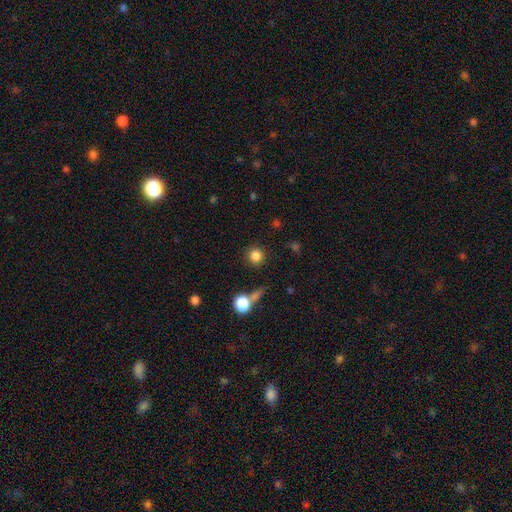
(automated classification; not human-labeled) Morphology: type=smooth (84%); roundness=round (93%); merging=none (84%).